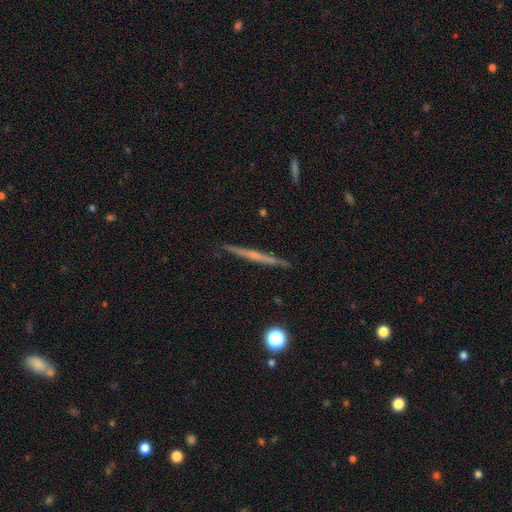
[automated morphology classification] This is likely a featured or disk galaxy (62%). It is clearly viewed edge-on (98%). Edge-on bulge: likely none (71%). Merging: clearly none (91%).